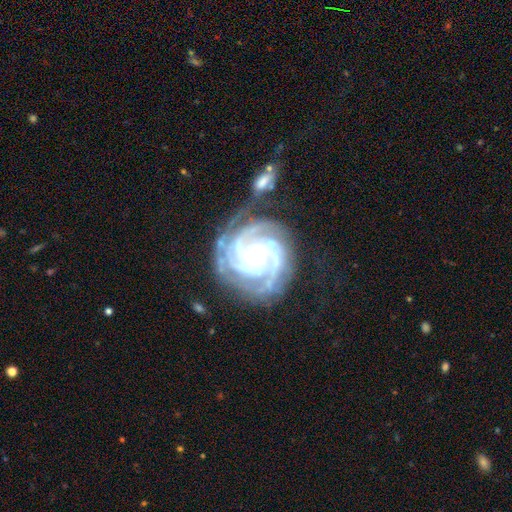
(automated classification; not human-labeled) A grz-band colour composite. It shows a featured or disk galaxy (91%) with no bar (64%), 3 (34%) tight (73%) spiral arms (98%) and a moderate central bulge (53%). Merging: none (58%).